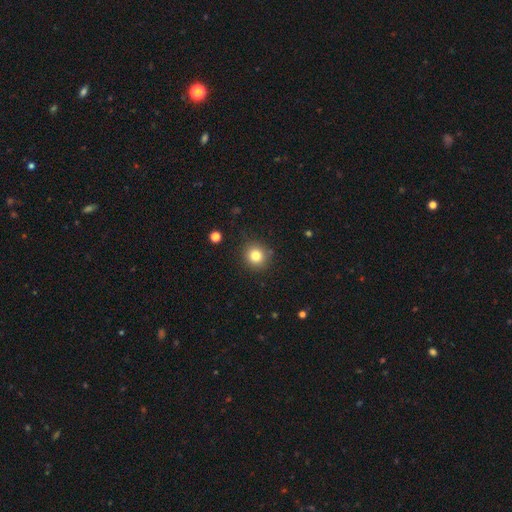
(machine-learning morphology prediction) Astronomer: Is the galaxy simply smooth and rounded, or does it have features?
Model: smooth — 82%.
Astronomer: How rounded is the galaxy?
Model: round — 89%.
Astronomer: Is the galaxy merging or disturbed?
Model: none — 87%.